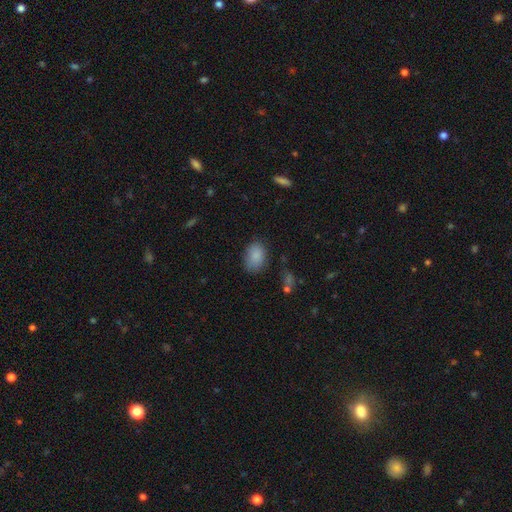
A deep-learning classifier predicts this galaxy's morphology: smooth-or-featured: smooth: 86% | star or artifact: 8% | featured or disk: 6%
  how-rounded: in between: 78% | round: 21% | cigar-shaped: 1%
  merging: none: 74% | minor disturbance: 19% | major disturbance: 5% | merger: 2%